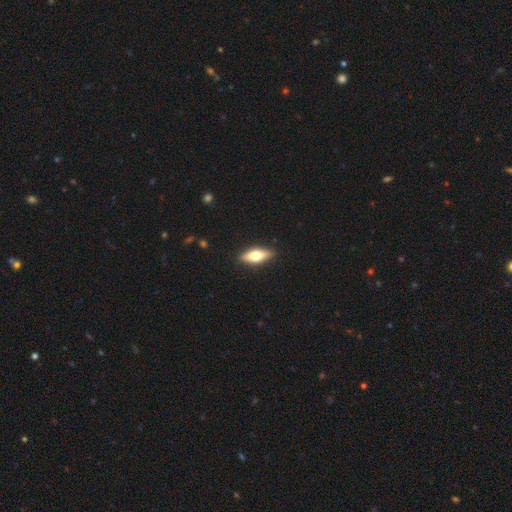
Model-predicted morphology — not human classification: smooth 57%, featured or disk 37%, star or artifact 6%. Down the decision tree: how rounded — in between (64%); merging — none (89%).